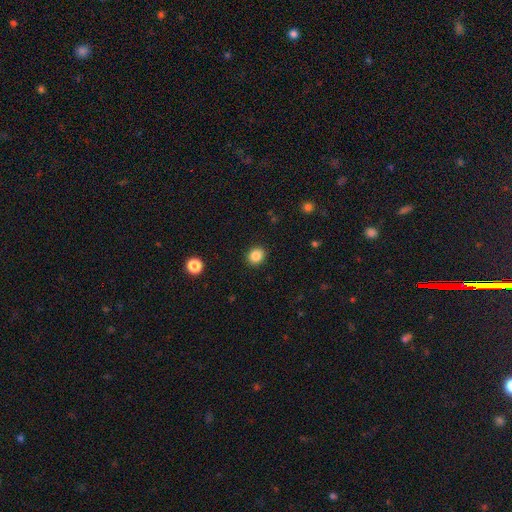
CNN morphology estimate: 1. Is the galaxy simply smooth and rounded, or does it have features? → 86% smooth, 10% star or artifact, 4% featured or disk.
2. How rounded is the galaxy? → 71% round, 28% in between, 1% cigar-shaped.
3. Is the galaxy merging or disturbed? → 91% none, 6% minor disturbance, 2% major disturbance, 1% merger.